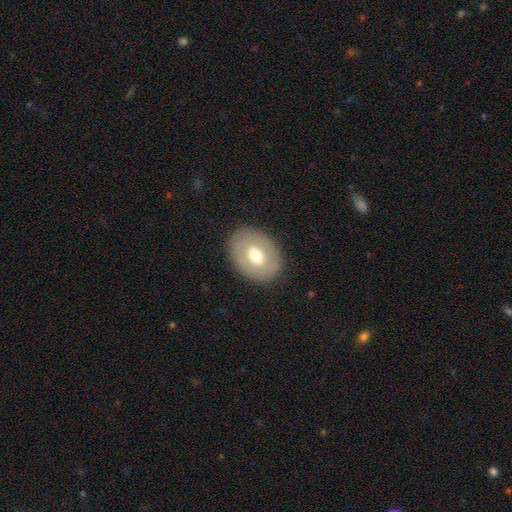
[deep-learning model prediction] Smooth or featured: smooth — 61% (featured or disk — 32%)
How rounded: in between — 72% (round — 27%)
Merging: none — 86% (minor disturbance — 9%)